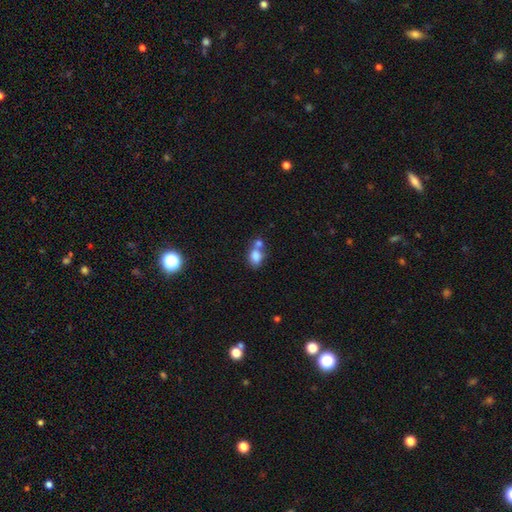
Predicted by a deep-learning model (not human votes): This is likely a smooth galaxy (80%). How rounded: likely in between (74%). Merging: possibly merger (50%).